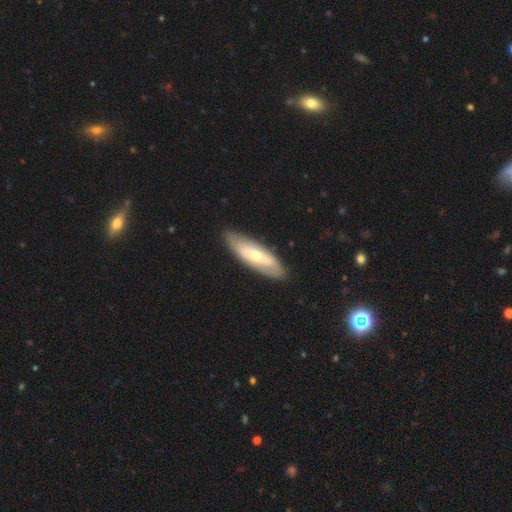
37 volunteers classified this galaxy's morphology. Smooth or featured? featured or disk (54%)
Edge-on disk? no (70%)
Bar? strong (36%, tied with no)
Spiral arms? yes (57%)
Spiral winding? tight (50%)
Spiral arm count? 2 (50%, tied with can't tell)
Bulge size? moderate (50%, tied with small)
Merging? none (86%)